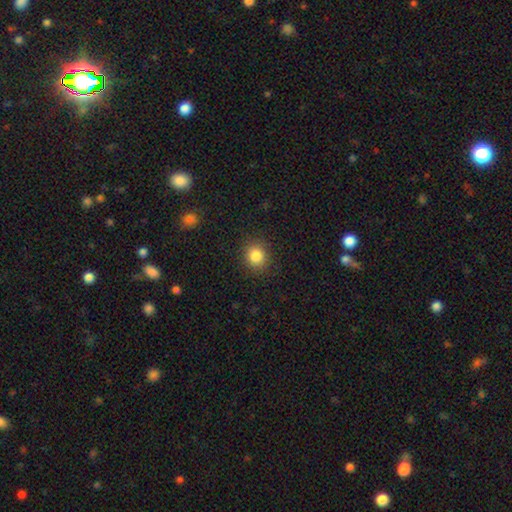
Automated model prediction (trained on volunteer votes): Smooth or featured: smooth — 85% (star or artifact — 11%)
How rounded: round — 81% (in between — 18%)
Merging: none — 88% (minor disturbance — 8%)